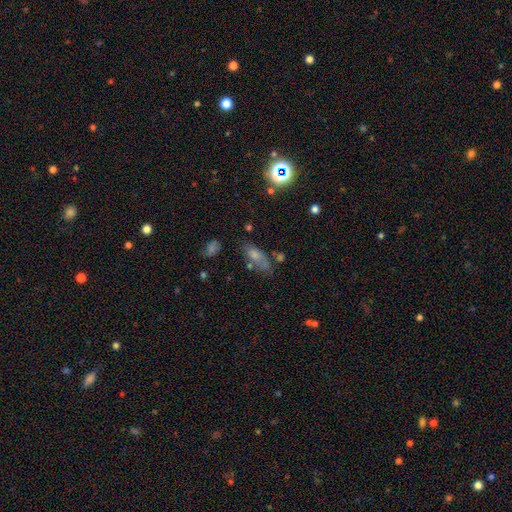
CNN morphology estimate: smooth_or_featured: smooth (p=0.66) [alt: featured or disk p=0.21]
how_rounded: in between (p=0.73) [alt: cigar-shaped p=0.22]
merging: none (p=0.52) [alt: minor disturbance p=0.24]